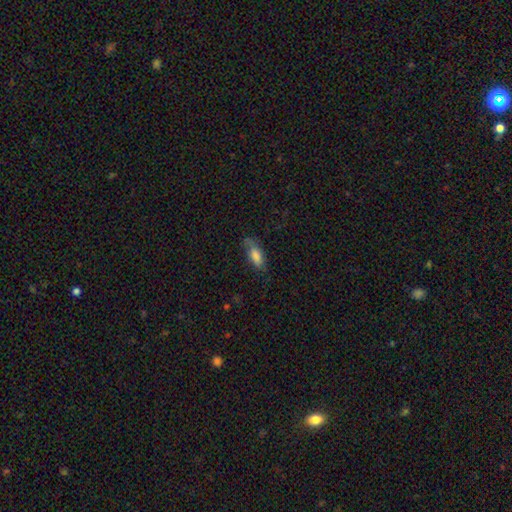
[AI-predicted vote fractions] Smooth or featured: smooth — 79% (featured or disk — 13%)
How rounded: in between — 78% (cigar-shaped — 20%)
Merging: none — 59% (minor disturbance — 29%)